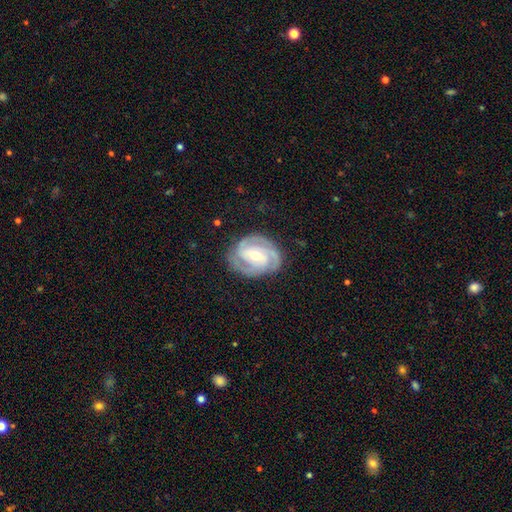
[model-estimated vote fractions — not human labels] Overall: featured or disk (90%). Edge-on disk: no (98%). Bar: weak (41%; no 36%). Spiral arms: yes (98%). Spiral arm count: 3 (45%; 2 34%). Spiral winding: tight (65%; medium 31%). Bulge size: moderate (56%; small 40%). Merging: none (80%).